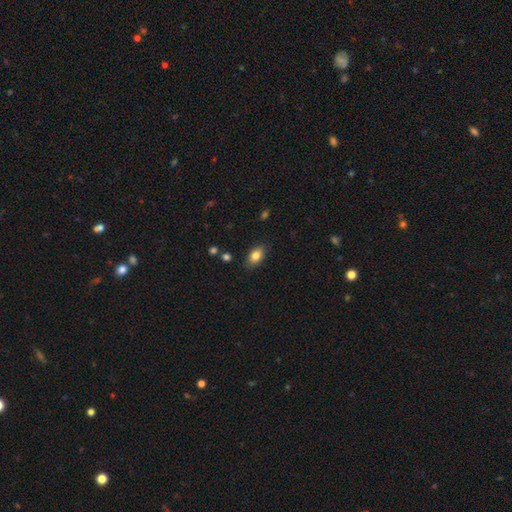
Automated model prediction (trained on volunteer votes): The model was most divided on "smooth or featured": smooth: 83%, featured or disk: 9%, star or artifact: 8%. More confident: how rounded — in between (87%); merging — none (85%).